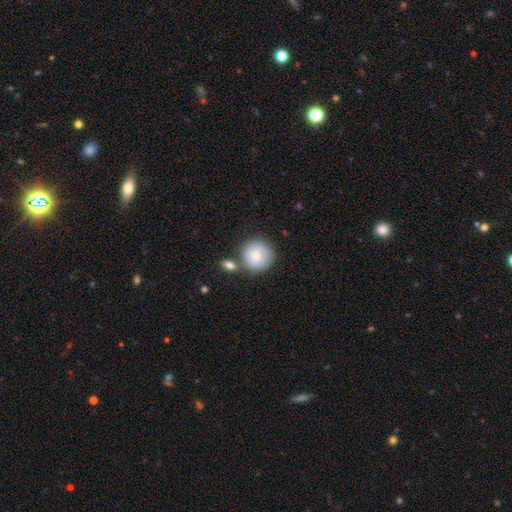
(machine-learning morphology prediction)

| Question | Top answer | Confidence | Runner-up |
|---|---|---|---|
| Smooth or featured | smooth | 77% | featured or disk (15%) |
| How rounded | round | 93% | in between (6%) |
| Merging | none | 66% | merger (18%) |